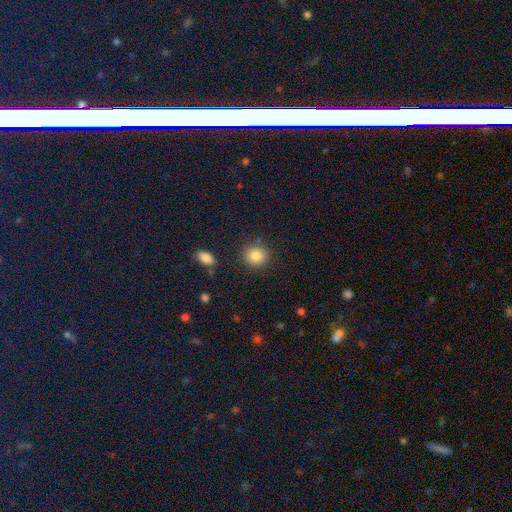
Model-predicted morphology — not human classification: Q: Smooth or featured?
A: smooth (84%); runner-up: star or artifact (10%)
Q: How rounded?
A: round (84%); runner-up: in between (15%)
Q: Merging?
A: none (86%); runner-up: minor disturbance (8%)